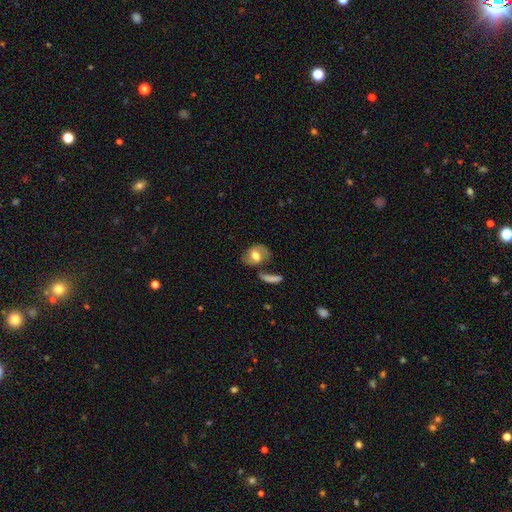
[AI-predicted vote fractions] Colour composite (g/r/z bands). It shows a smooth galaxy with no disk features (47%). Merging: none (49%).